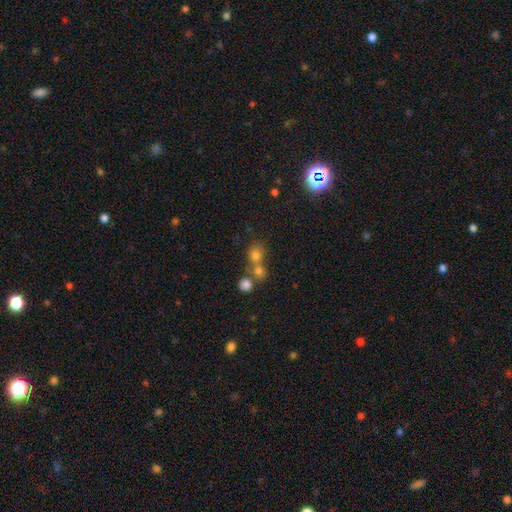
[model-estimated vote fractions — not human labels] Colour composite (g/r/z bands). It shows a smooth galaxy with no disk features (70%) that is round (80%). Merging: none (47%).